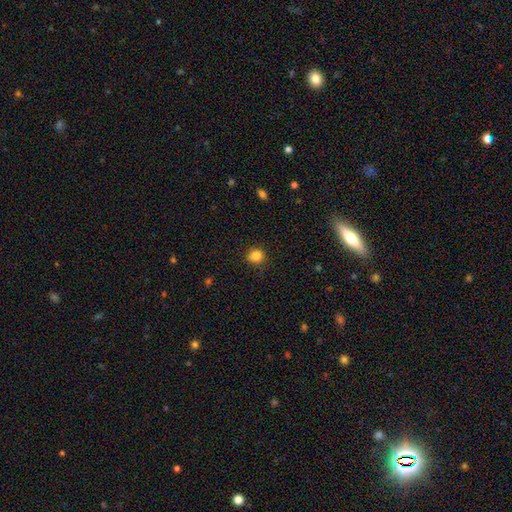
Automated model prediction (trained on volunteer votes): Morphology: type=smooth (85%); roundness=round (75%); merging=none (82%).